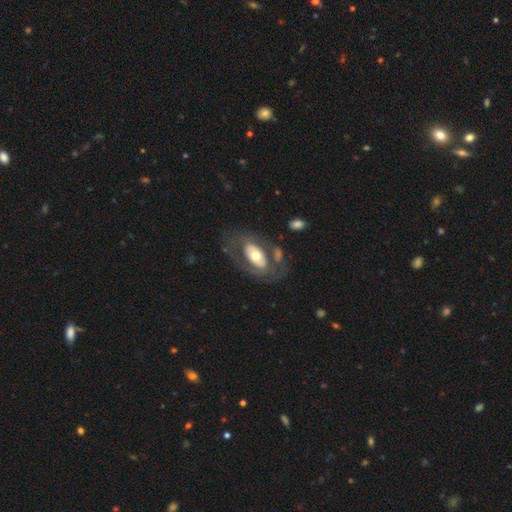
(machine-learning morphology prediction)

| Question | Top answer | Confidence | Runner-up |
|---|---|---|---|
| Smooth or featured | featured or disk | 58% | smooth (36%) |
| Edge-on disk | no | 89% | yes (11%) |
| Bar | no | 70% | weak (16%) |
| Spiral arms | no | 68% | yes (32%) |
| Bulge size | moderate | 66% | large (18%) |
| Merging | none | 61% | major disturbance (16%) |